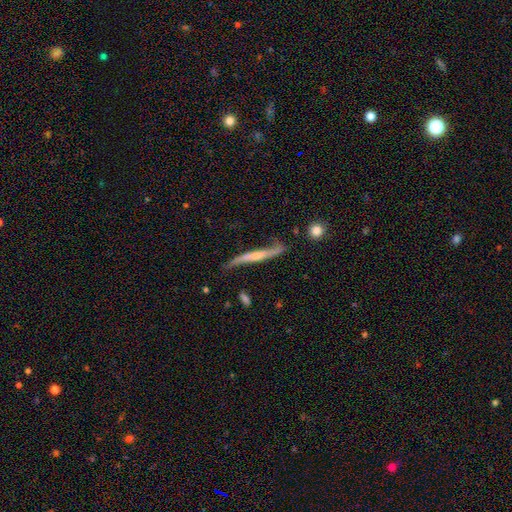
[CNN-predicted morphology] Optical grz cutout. It shows a featured or disk galaxy (74%) viewed edge-on (74%) with a rounded central bulge (58%). Merging: none (61%).